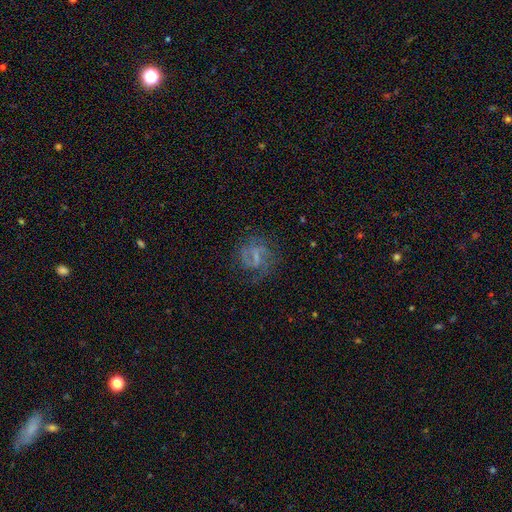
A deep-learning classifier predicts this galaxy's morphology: This is likely a featured or disk galaxy (66%). It is clearly not viewed edge-on (97%). Bar: possibly weak (47%). Spiral arm pattern: likely yes (77%). Central bulge: marginally none (41%). Merging: likely none (63%).